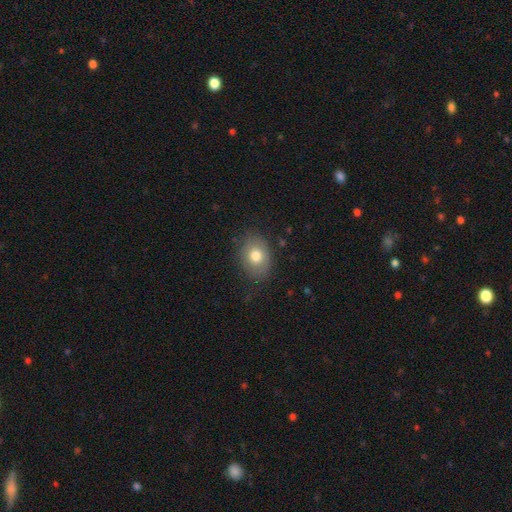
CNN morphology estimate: A smooth galaxy with no disk features (72%) that is in between round and cigar-shaped (67%). Merging: none (76%).